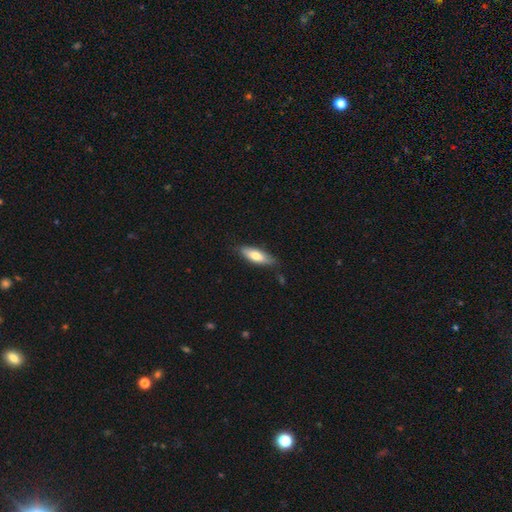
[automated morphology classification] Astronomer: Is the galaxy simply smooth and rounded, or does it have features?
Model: smooth — 70%.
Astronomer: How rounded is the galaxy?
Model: in between — 59% (runner-up: cigar-shaped, 39%).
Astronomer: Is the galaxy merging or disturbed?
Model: none — 78%.